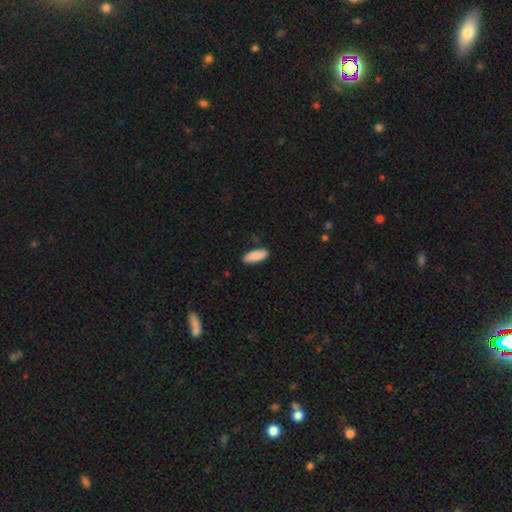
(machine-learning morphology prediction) The model was most divided on "how rounded": in between: 70%, cigar-shaped: 28%, round: 2%. More confident: smooth or featured — smooth (87%); merging — none (85%).